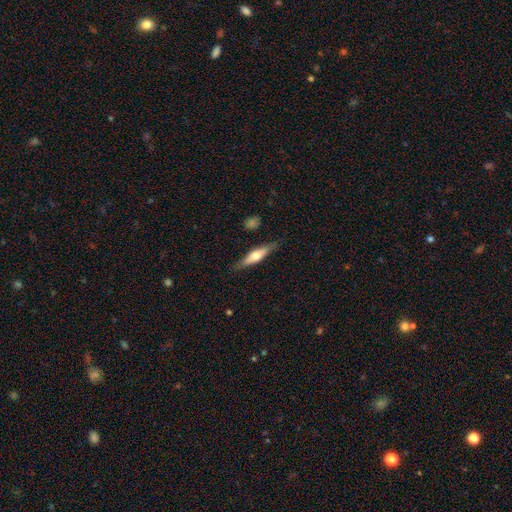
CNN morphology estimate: The model was most divided on "smooth or featured": featured or disk: 48%, smooth: 46%, star or artifact: 6%. More confident: merging — none (83%).